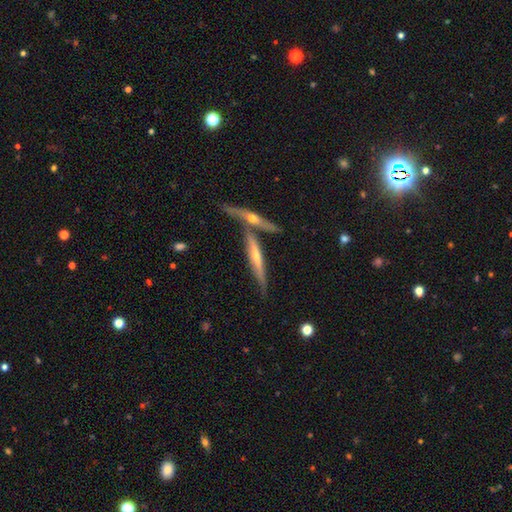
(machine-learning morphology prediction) This is likely a featured or disk galaxy (71%). It is clearly viewed edge-on (94%). Edge-on bulge: likely rounded (69%). Merging: likely none (61%).